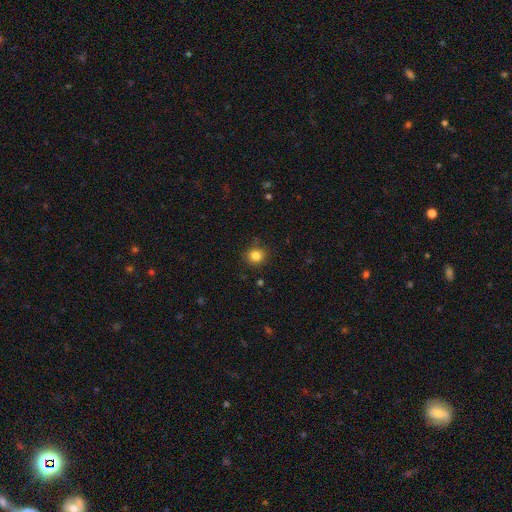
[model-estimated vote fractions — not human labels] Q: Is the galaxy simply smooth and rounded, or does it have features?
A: smooth — 83%.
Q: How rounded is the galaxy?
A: round — 89%.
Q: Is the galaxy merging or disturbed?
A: none — 86%.